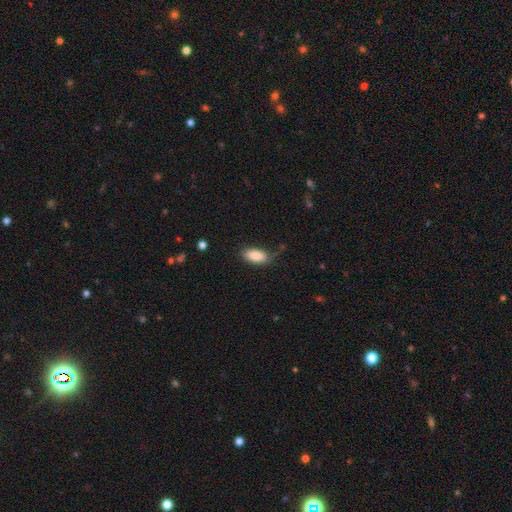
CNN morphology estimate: smooth_or_featured: smooth (p=0.88) [alt: star or artifact p=0.07]
how_rounded: in between (p=0.90) [alt: cigar-shaped p=0.08]
merging: none (p=0.71) [alt: minor disturbance p=0.22]